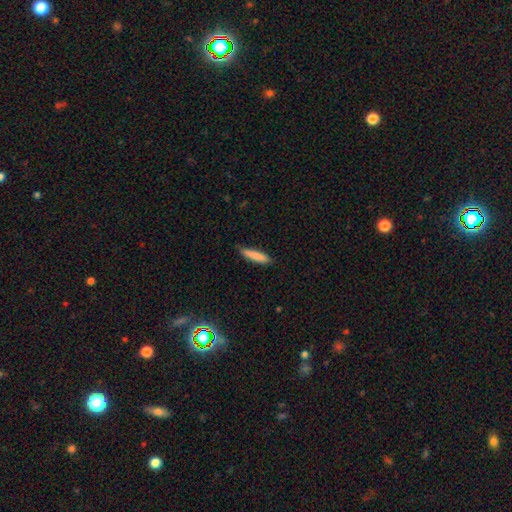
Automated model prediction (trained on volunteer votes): This is clearly a smooth galaxy (84%). How rounded: clearly cigar-shaped (83%). Merging: clearly none (83%).